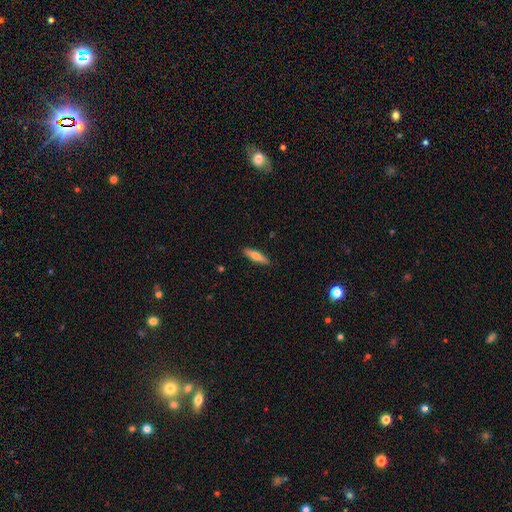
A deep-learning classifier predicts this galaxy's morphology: Smooth or featured: smooth — 63% (featured or disk — 31%)
How rounded: cigar-shaped — 70% (in between — 28%)
Merging: none — 89% (minor disturbance — 8%)